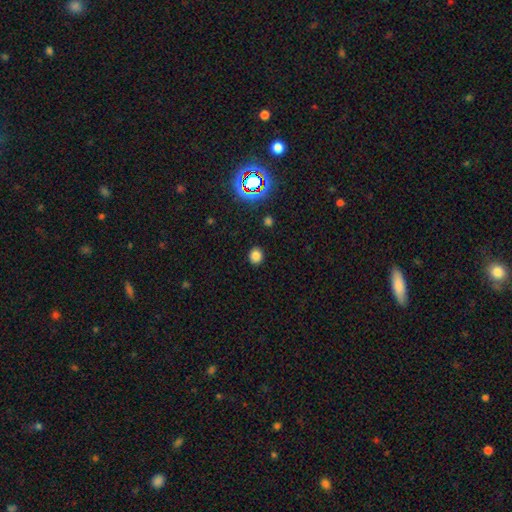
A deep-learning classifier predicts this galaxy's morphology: Smooth or featured: smooth — 79% (star or artifact — 16%)
How rounded: round — 71% (in between — 28%)
Merging: none — 90% (minor disturbance — 7%)